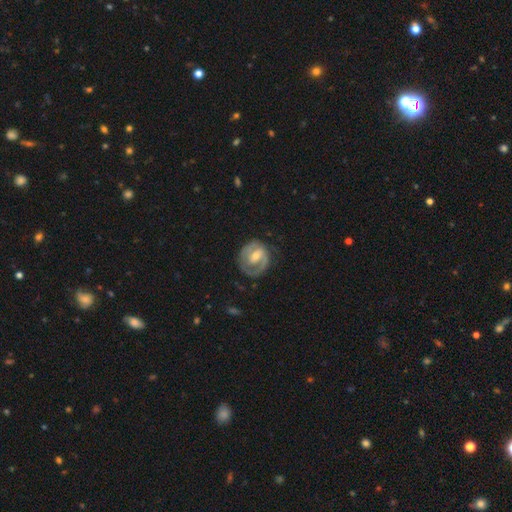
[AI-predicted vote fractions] smooth-or-featured: featured or disk: 76% | smooth: 19% | star or artifact: 5%
  disk-edge-on: no: 97% | yes: 3%
    bar: weak: 48% | strong: 26% | no: 26%
    has-spiral-arms: yes: 83% | no: 17%
      spiral-winding: tight: 51% | medium: 36% | loose: 13%
      spiral-arm-count: 2: 58% | 1: 24% | can't tell: 13% | 3: 2% | 4: 1% | more than 4: 1%
    bulge-size: moderate: 55% | small: 38% | large: 4% | none: 2% | dominant: 1%
  merging: none: 68% | minor disturbance: 20% | major disturbance: 11% | merger: 2%